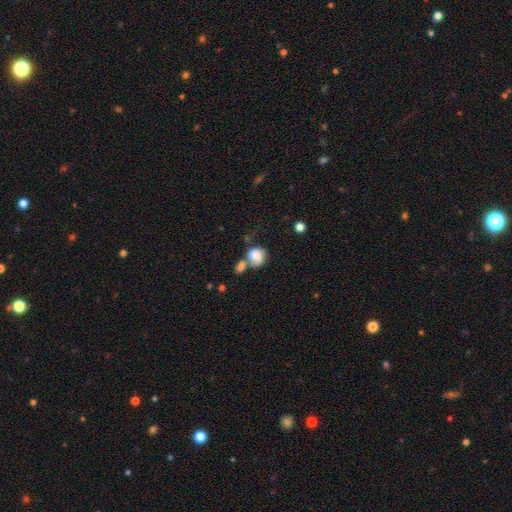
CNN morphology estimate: A smooth galaxy with no disk features (79%) that is round (70%).

Vote fractions:
- Smooth or featured? smooth: 79% / featured or disk: 13% / star or artifact: 8%
- How rounded? round: 70% / in between: 29% / cigar-shaped: 1%
- Merging? merger: 47% / none: 27% / minor disturbance: 15% / major disturbance: 11%